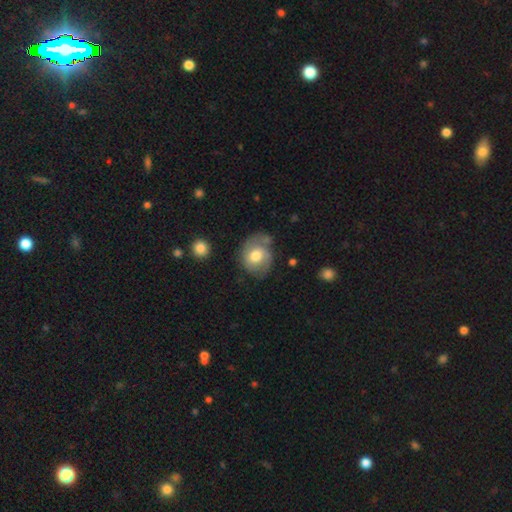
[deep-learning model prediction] Smooth or featured: smooth — 51% (featured or disk — 42%)
How rounded: round — 63% (in between — 36%)
Merging: none — 58% (minor disturbance — 26%)